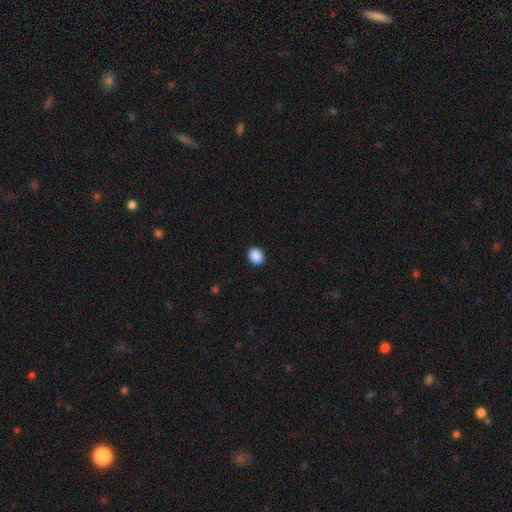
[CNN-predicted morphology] A smooth galaxy with no disk features (90%) that is in between round and cigar-shaped (51%).

Vote fractions:
- Smooth or featured? smooth: 90% / star or artifact: 8% / featured or disk: 2%
- How rounded? in between: 51% / round: 48% / cigar-shaped: 1%
- Merging? none: 91% / minor disturbance: 6% / major disturbance: 2% / merger: 1%